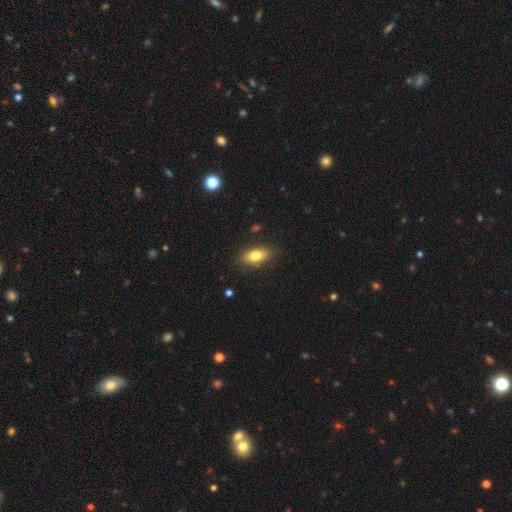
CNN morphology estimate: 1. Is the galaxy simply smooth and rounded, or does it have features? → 79% smooth, 13% featured or disk, 8% star or artifact.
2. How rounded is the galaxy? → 87% in between, 7% round, 6% cigar-shaped.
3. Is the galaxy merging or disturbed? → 83% none, 12% minor disturbance, 3% major disturbance, 2% merger.